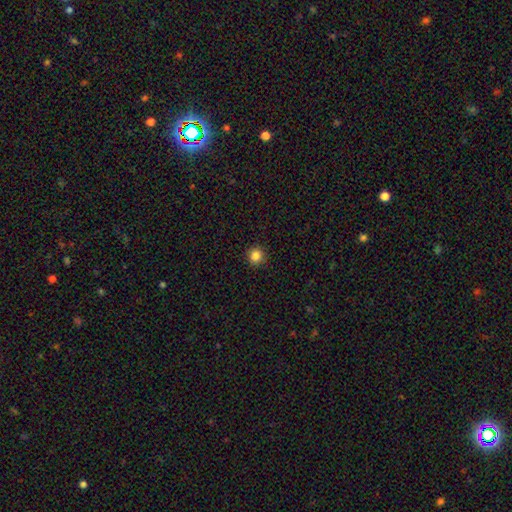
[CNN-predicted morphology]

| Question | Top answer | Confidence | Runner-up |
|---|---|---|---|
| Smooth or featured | smooth | 85% | star or artifact (12%) |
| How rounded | round | 94% | in between (5%) |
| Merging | none | 92% | minor disturbance (5%) |